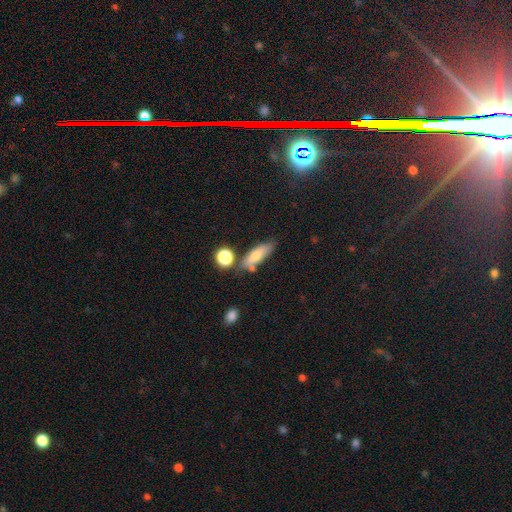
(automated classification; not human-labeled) This is likely a smooth galaxy (66%). How rounded: possibly in between (50%). Merging: likely none (65%).